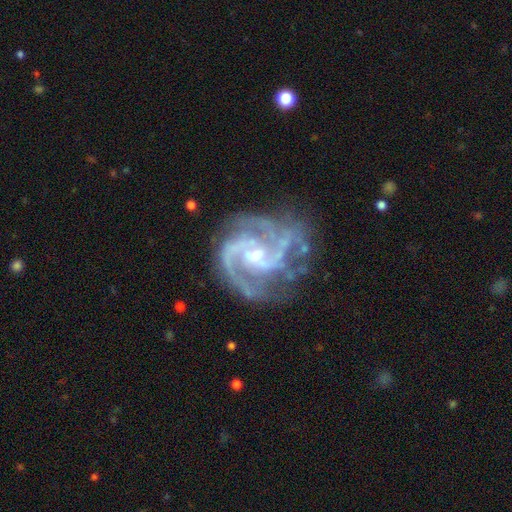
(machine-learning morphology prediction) featured or disk 92%, star or artifact 5%, smooth 3%. Down the decision tree: edge-on disk — no (98%); bar — no (44%); spiral arms — yes (98%); spiral arm count — 2 (51%); spiral winding — medium (53%); bulge size — small (68%); merging — none (67%).